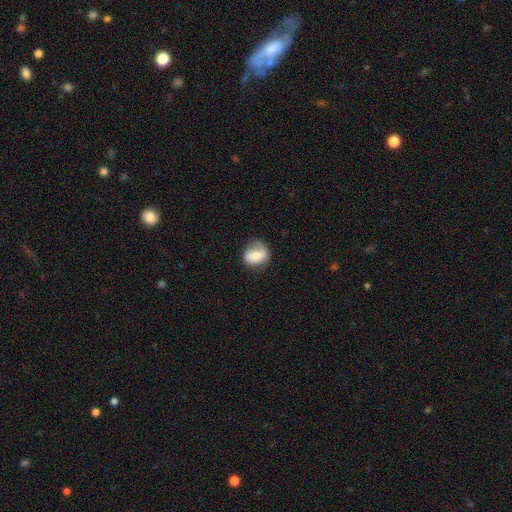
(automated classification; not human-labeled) This appears to be a smooth galaxy with no disk features (63%) that is round (57%). Merging: none (66%).